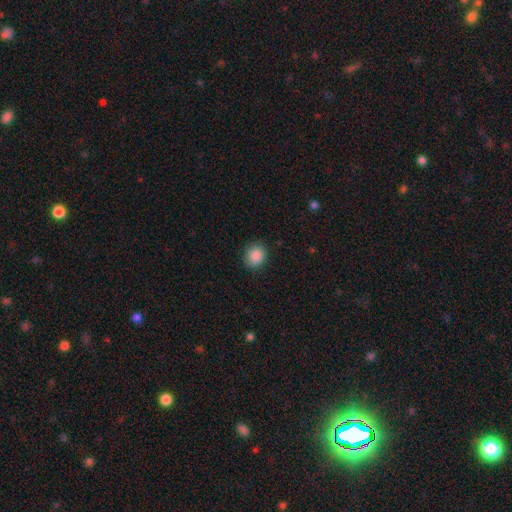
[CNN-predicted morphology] Smooth or featured: smooth — 87% (star or artifact — 9%)
How rounded: round — 73% (in between — 26%)
Merging: none — 87% (minor disturbance — 10%)